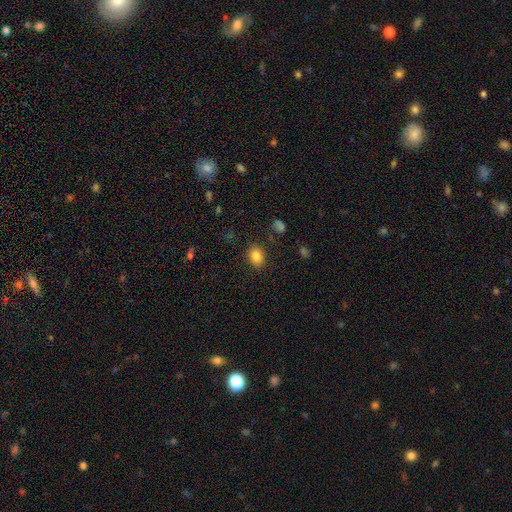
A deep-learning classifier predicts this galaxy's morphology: smooth 83%, star or artifact 10%, featured or disk 7%. Down the decision tree: how rounded — in between (64%); merging — none (85%).